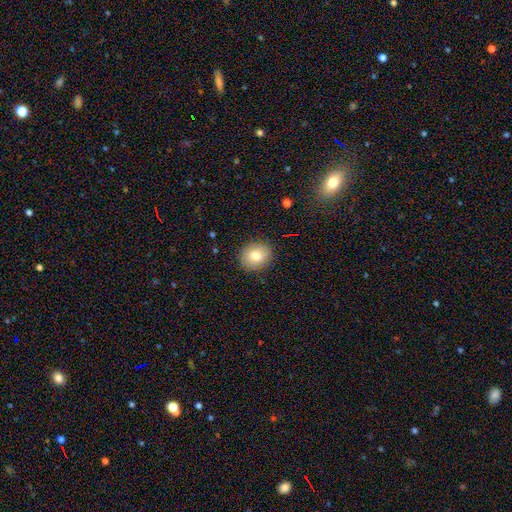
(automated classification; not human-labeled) Smooth or featured? Predicted: smooth (p=0.79). How rounded? Predicted: round (p=0.65). Merging? Predicted: none (p=0.88).